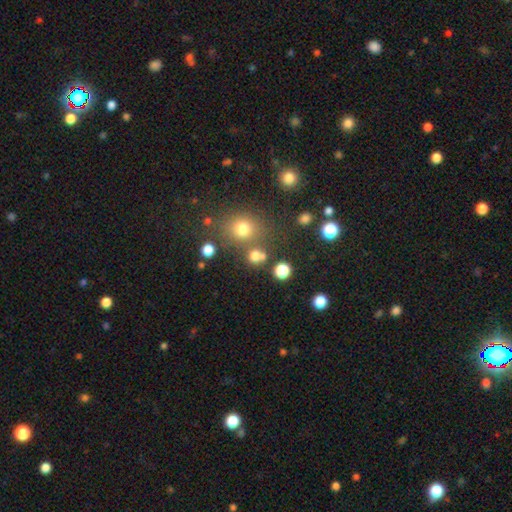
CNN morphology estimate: This is likely a smooth galaxy (73%). How rounded: clearly round (84%). Merging: likely none (64%).